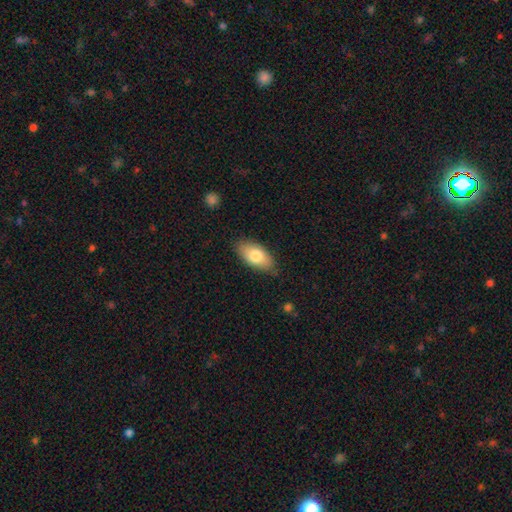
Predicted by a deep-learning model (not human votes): Smooth or featured?
  - smooth: 77% *
  - featured or disk: 17%
  - star or artifact: 6%
How rounded?
  - in between: 91% *
  - cigar-shaped: 6%
  - round: 3%
Merging?
  - none: 82% *
  - minor disturbance: 14%
  - major disturbance: 3%
  - merger: 1%